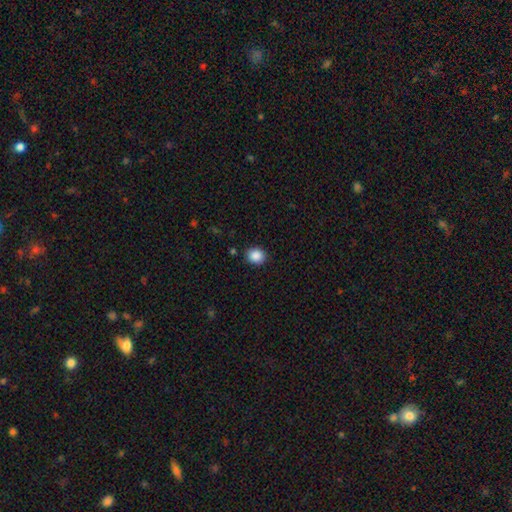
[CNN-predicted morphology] Smooth or featured: smooth — 88% (star or artifact — 9%)
How rounded: round — 68% (in between — 31%)
Merging: none — 89% (minor disturbance — 7%)